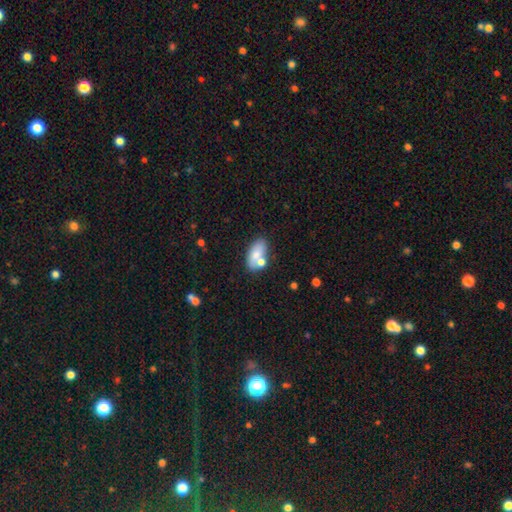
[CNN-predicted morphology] A smooth galaxy with no disk features (73%) that is in between round and cigar-shaped (90%).

Vote fractions:
- Smooth or featured? smooth: 73% / featured or disk: 19% / star or artifact: 8%
- How rounded? in between: 90% / round: 6% / cigar-shaped: 4%
- Merging? none: 55% / merger: 24% / minor disturbance: 16% / major disturbance: 5%